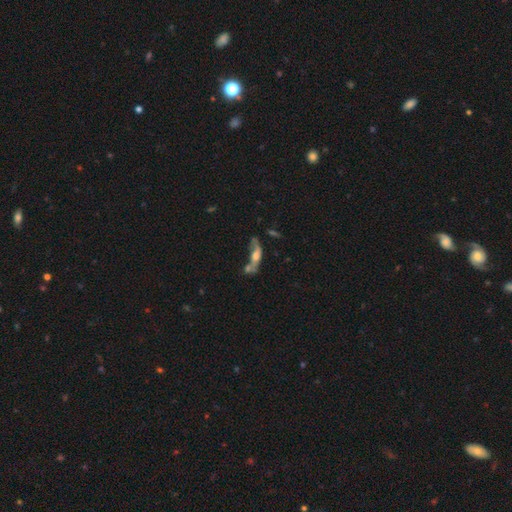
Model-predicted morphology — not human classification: smooth-or-featured: featured or disk: 48% | smooth: 42% | star or artifact: 10%
  merging: merger: 34% | none: 29% | major disturbance: 19% | minor disturbance: 18%